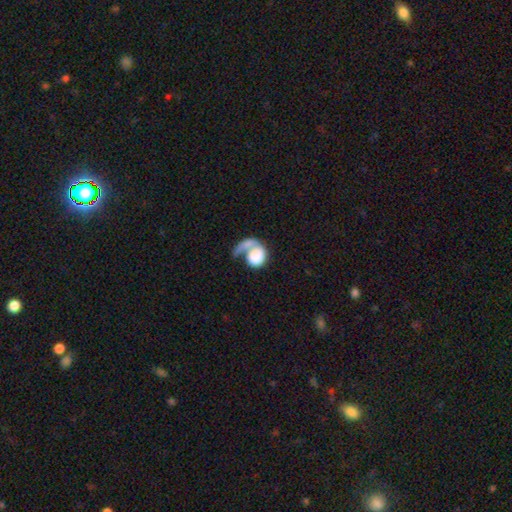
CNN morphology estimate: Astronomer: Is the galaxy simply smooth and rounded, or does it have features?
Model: smooth — 61%.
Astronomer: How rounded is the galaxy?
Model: round — 62%.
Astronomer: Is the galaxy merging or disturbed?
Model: major disturbance — 35% (runner-up: merger, 28%).